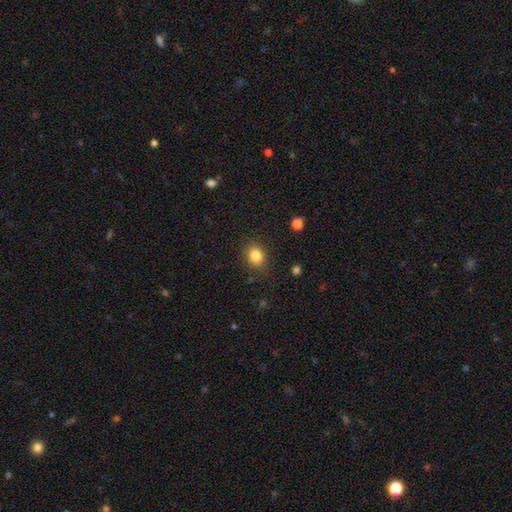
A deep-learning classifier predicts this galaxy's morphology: Smooth or featured?
  - smooth: 84% *
  - star or artifact: 10%
  - featured or disk: 5%
How rounded?
  - in between: 51% *
  - round: 48%
  - cigar-shaped: 1%
Merging?
  - none: 84% *
  - minor disturbance: 11%
  - major disturbance: 3%
  - merger: 1%